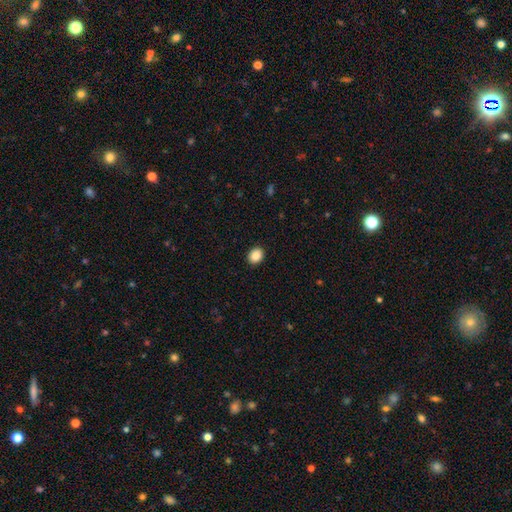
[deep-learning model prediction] Overall: smooth (88%). How rounded: round (52%; in between 47%). Merging: none (91%).